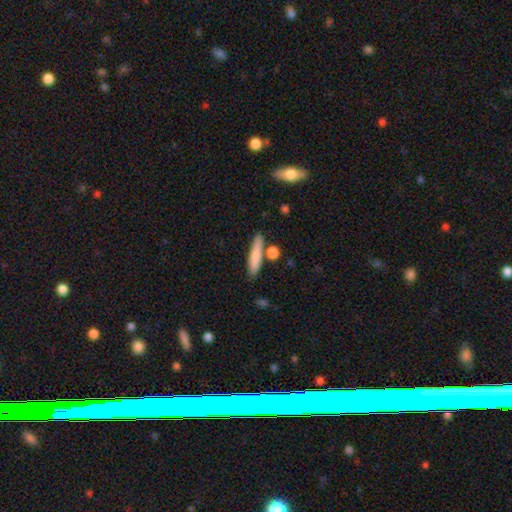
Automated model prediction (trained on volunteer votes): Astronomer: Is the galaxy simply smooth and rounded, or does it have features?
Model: smooth — 80%.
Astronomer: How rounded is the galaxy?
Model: cigar-shaped — 82%.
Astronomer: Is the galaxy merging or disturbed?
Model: none — 77%.